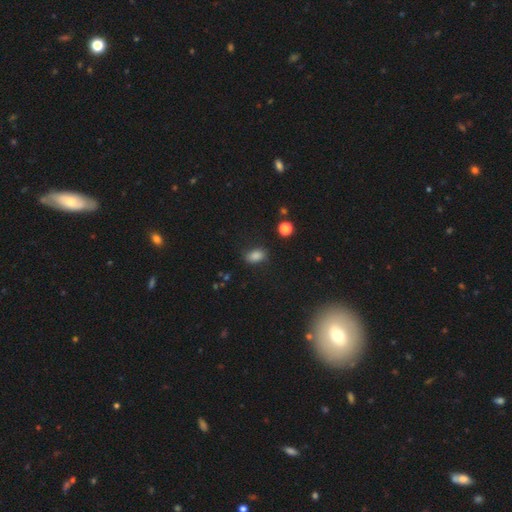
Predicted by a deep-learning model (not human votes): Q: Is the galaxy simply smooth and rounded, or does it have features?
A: smooth — 83%.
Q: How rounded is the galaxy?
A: in between — 86%.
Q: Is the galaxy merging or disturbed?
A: none — 79%.